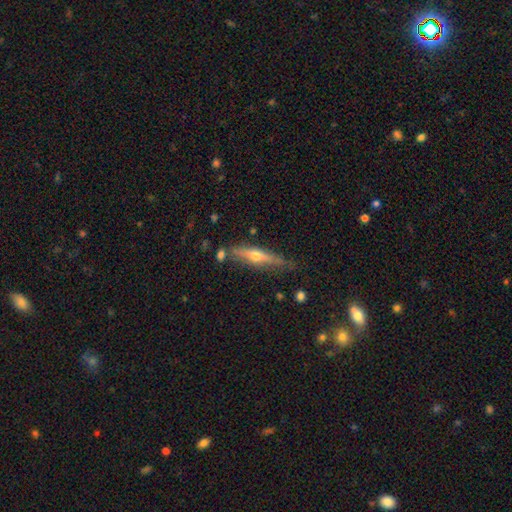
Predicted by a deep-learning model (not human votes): Smooth or featured?
  - featured or disk: 63% *
  - smooth: 31%
  - star or artifact: 7%
Edge-on disk?
  - yes: 93% *
  - no: 7%
Edge-on bulge?
  - rounded: 90% *
  - none: 7%
  - boxy: 3%
Merging?
  - none: 73% *
  - minor disturbance: 18%
  - merger: 5%
  - major disturbance: 4%